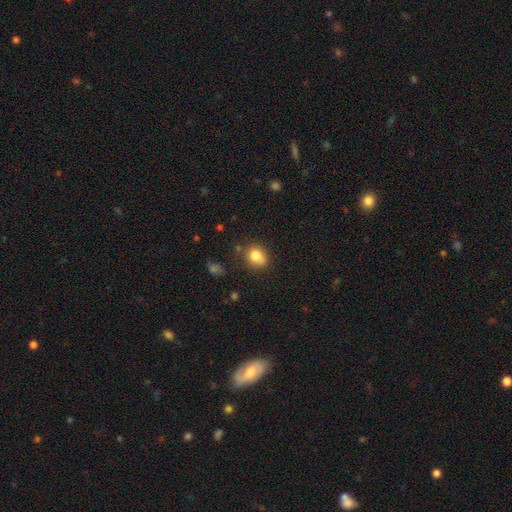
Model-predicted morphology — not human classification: type=smooth (80%); roundness=round (68%); merging=none (64%).